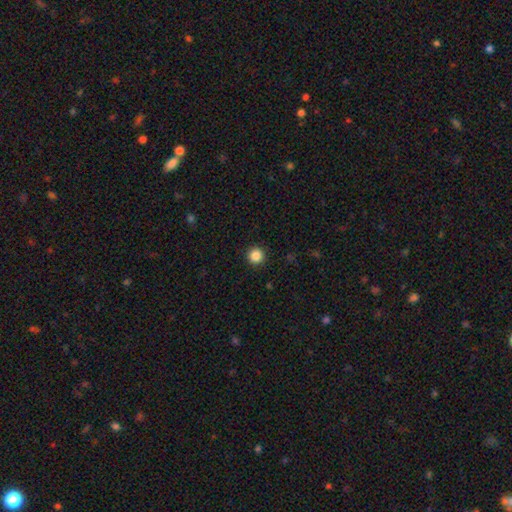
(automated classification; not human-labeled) This is clearly a smooth galaxy (86%). How rounded: clearly round (96%). Merging: clearly none (93%).